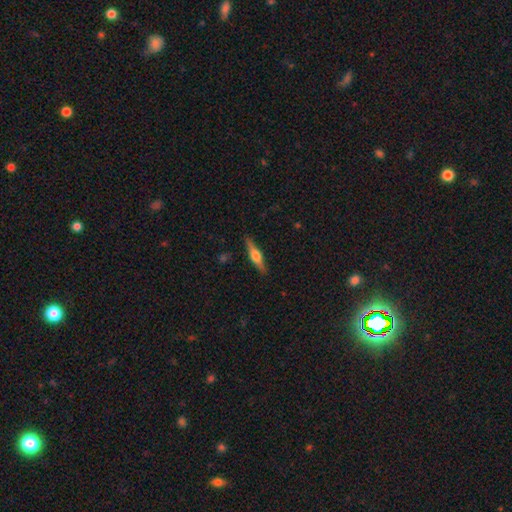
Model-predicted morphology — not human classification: Overall: featured or disk (57%; smooth 37%). Edge-on disk: yes (95%). Edge-on bulge: rounded (89%). Merging: none (87%).